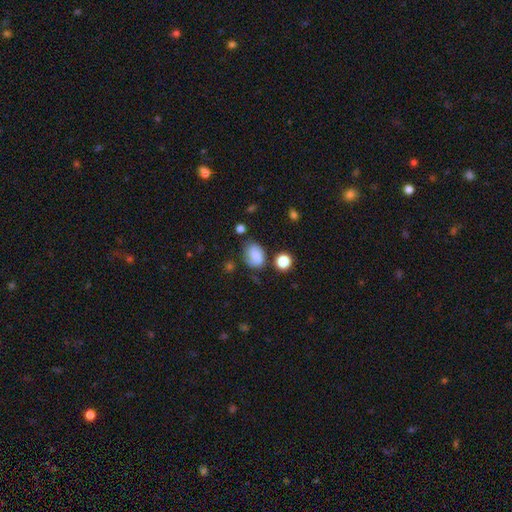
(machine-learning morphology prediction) smooth_or_featured: smooth (p=0.72) [alt: featured or disk p=0.18]
how_rounded: in between (p=0.69) [alt: round p=0.30]
merging: none (p=0.59) [alt: minor disturbance p=0.27]